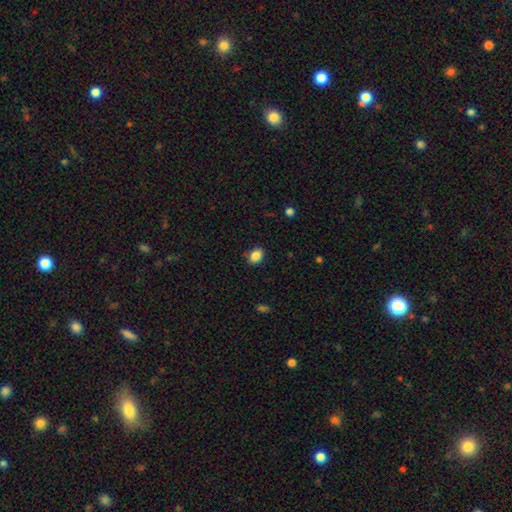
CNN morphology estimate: smooth_or_featured: smooth (p=0.87) [alt: star or artifact p=0.09]
how_rounded: in between (p=0.73) [alt: round p=0.26]
merging: none (p=0.85) [alt: minor disturbance p=0.12]